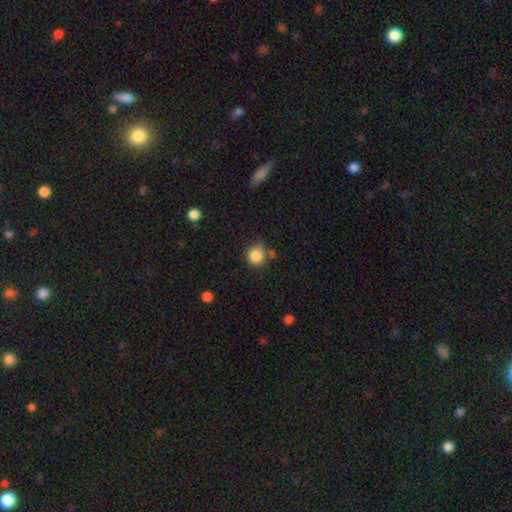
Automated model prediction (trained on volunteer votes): smooth 85%, star or artifact 10%, featured or disk 5%. Down the decision tree: how rounded — round (83%); merging — none (64%).